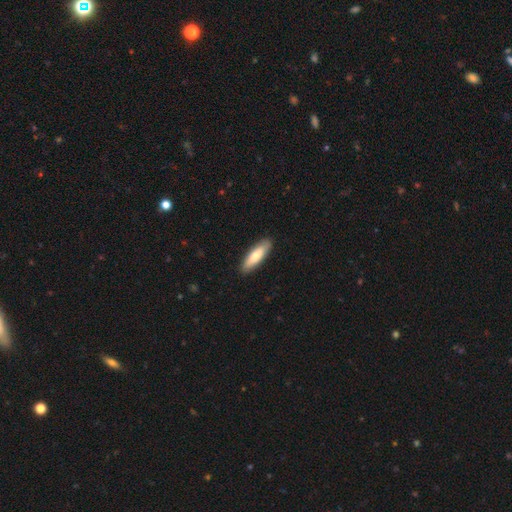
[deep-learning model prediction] smooth-or-featured: smooth: 74% | featured or disk: 21% | star or artifact: 5%
  how-rounded: cigar-shaped: 58% | in between: 41% | round: 2%
  merging: none: 89% | minor disturbance: 8% | major disturbance: 2% | merger: 1%